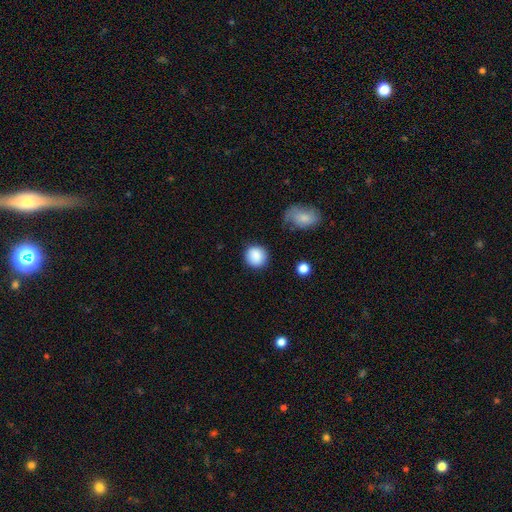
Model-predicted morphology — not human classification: Smooth or featured? Predicted: smooth (p=0.88). How rounded? Predicted: round (p=0.91). Merging? Predicted: none (p=0.85).